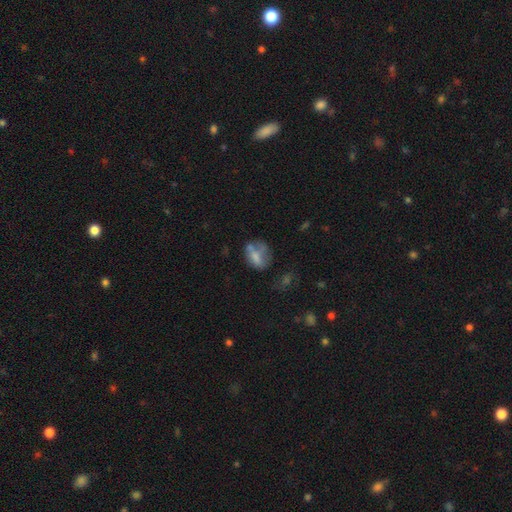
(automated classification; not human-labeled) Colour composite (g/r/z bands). It shows a smooth galaxy with no disk features (58%) that is in between round and cigar-shaped (61%). Merging: none (40%).